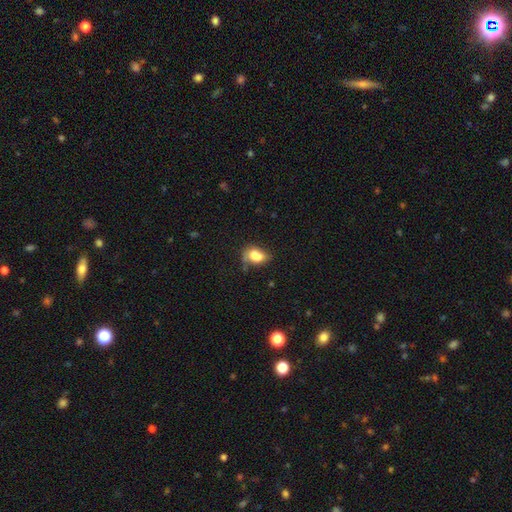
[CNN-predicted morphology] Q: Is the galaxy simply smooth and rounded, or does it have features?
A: smooth — 75%.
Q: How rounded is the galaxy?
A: in between — 78%.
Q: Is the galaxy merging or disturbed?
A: none — 34%.